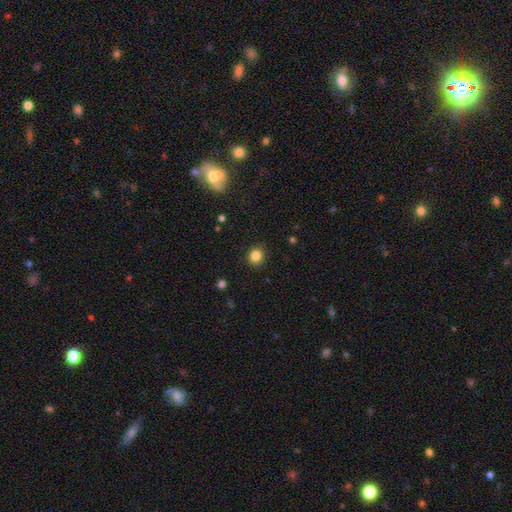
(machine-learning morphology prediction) The model was most divided on "how rounded": round: 72%, in between: 27%, cigar-shaped: 1%. More confident: merging — none (87%); smooth or featured — smooth (84%).